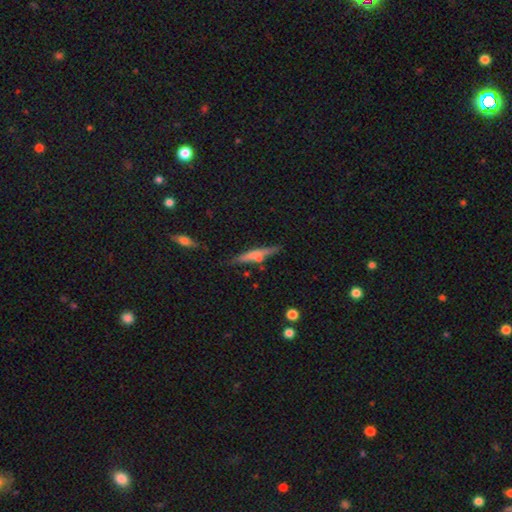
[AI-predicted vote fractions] Smooth or featured? smooth (49%)
Merging? none (74%)